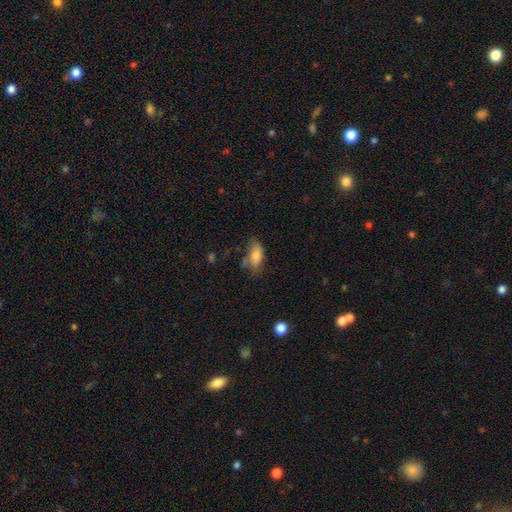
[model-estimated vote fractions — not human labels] Q: Smooth or featured?
A: smooth (79%); runner-up: featured or disk (13%)
Q: How rounded?
A: in between (85%); runner-up: cigar-shaped (11%)
Q: Merging?
A: none (50%); runner-up: minor disturbance (30%)